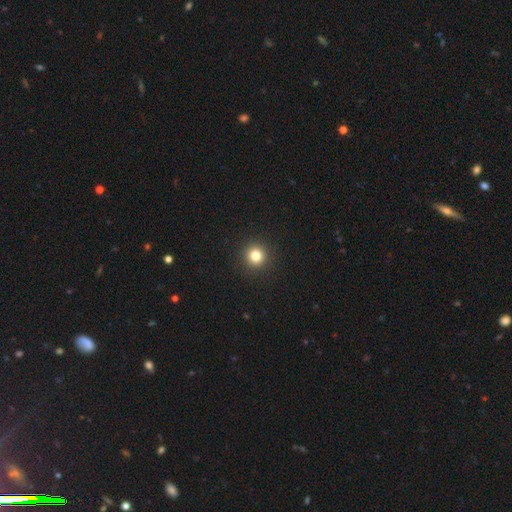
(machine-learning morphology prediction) Smooth or featured? Predicted: smooth (p=0.81). How rounded? Predicted: round (p=0.95). Merging? Predicted: none (p=0.93).